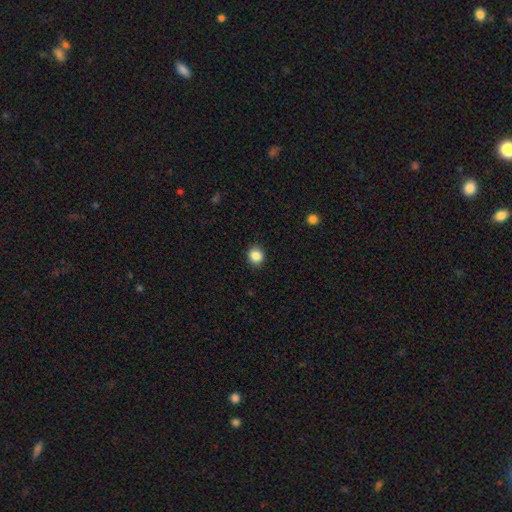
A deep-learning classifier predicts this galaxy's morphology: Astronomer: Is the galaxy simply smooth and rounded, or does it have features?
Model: smooth — 87%.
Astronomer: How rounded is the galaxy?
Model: round — 79%.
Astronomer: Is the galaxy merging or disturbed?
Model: none — 91%.